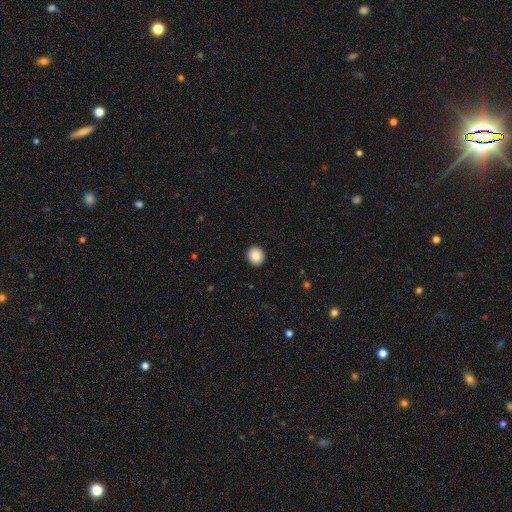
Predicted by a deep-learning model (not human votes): Smooth or featured: smooth — 89% (star or artifact — 8%)
How rounded: round — 85% (in between — 15%)
Merging: none — 92% (minor disturbance — 5%)